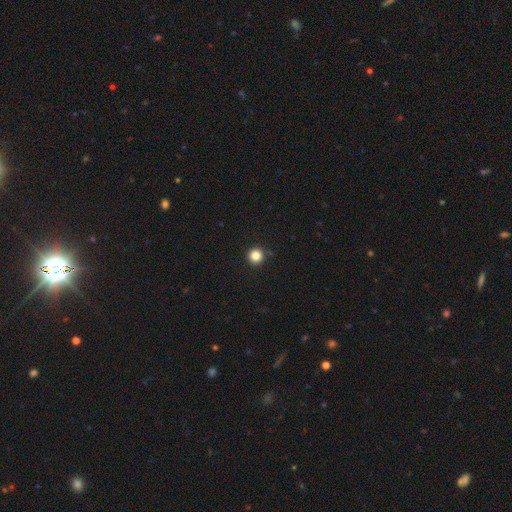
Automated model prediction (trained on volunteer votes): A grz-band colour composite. It shows a smooth galaxy with no disk features (84%) that is round (96%). Merging: none (92%).